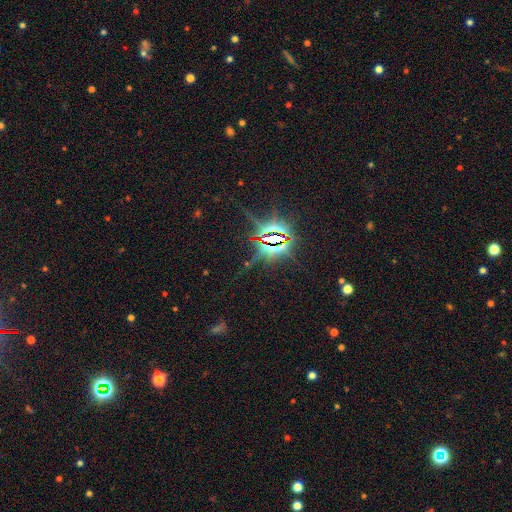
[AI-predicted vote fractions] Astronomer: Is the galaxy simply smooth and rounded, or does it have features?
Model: star or artifact — 85%.